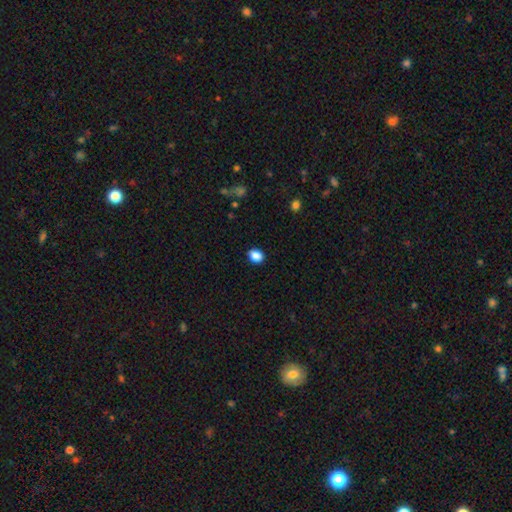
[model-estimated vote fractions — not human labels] Smooth or featured?
  - smooth: 87% *
  - star or artifact: 9%
  - featured or disk: 4%
How rounded?
  - in between: 61% *
  - round: 38%
  - cigar-shaped: 1%
Merging?
  - none: 87% *
  - minor disturbance: 10%
  - major disturbance: 2%
  - merger: 1%